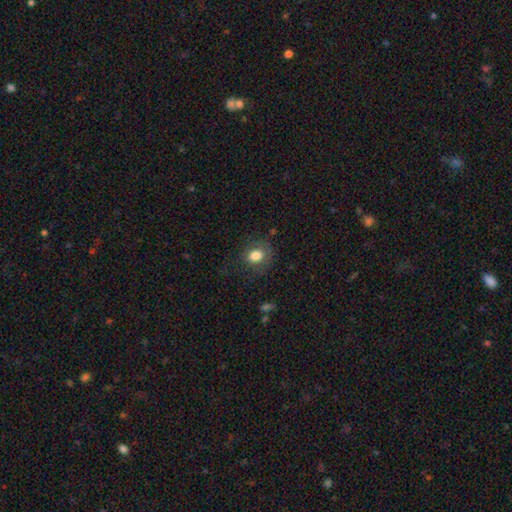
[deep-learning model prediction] Smooth or featured? smooth (80%)
How rounded? round (56%)
Merging? none (66%)